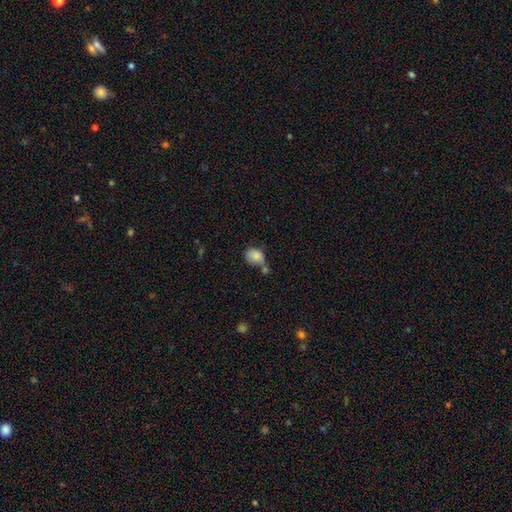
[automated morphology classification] Smooth or featured? Predicted: smooth (p=0.82). How rounded? Predicted: in between (p=0.57). Merging? Predicted: none (p=0.38).